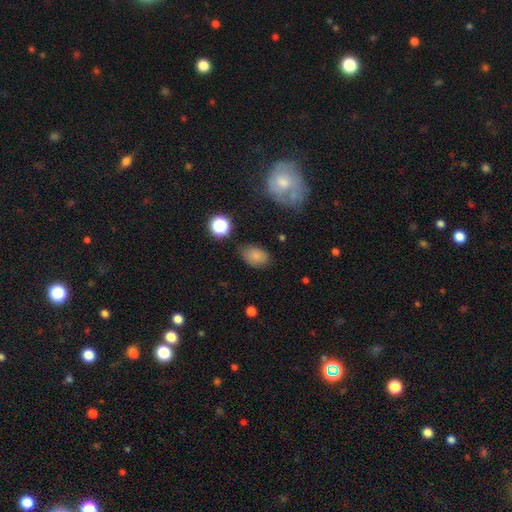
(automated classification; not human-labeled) A smooth galaxy with no disk features (80%) that is in between round and cigar-shaped (81%).

Vote fractions:
- Smooth or featured? smooth: 80% / star or artifact: 12% / featured or disk: 8%
- How rounded? in between: 81% / round: 17% / cigar-shaped: 1%
- Merging? none: 76% / minor disturbance: 16% / major disturbance: 5% / merger: 3%